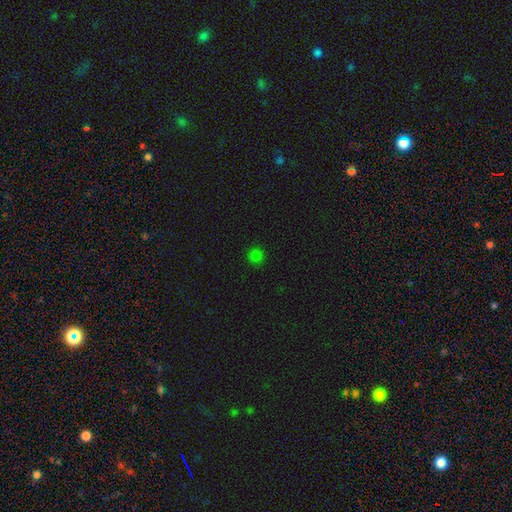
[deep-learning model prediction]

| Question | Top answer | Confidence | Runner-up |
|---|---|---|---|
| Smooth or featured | smooth | 79% | star or artifact (18%) |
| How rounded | round | 94% | in between (5%) |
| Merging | none | 92% | minor disturbance (5%) |